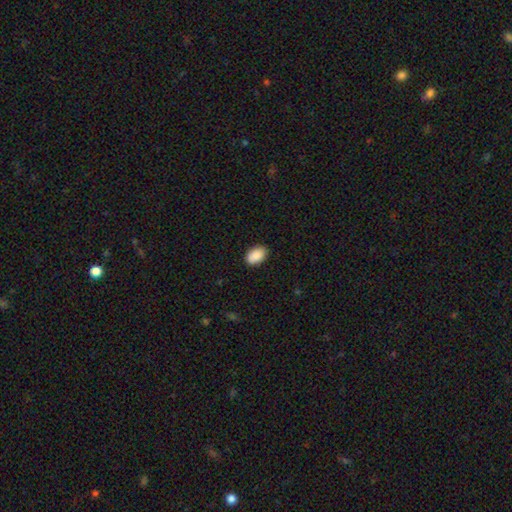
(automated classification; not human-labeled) smooth_or_featured: smooth (p=0.91) [alt: star or artifact p=0.07]
how_rounded: in between (p=0.90) [alt: round p=0.09]
merging: none (p=0.87) [alt: minor disturbance p=0.10]